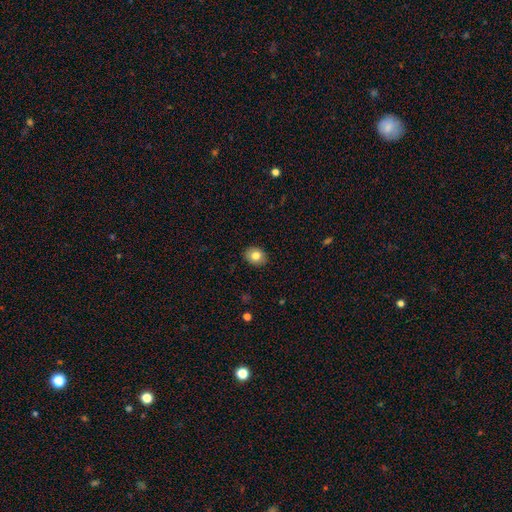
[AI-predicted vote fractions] Smooth or featured: smooth — 81% (featured or disk — 10%)
How rounded: round — 52% (in between — 47%)
Merging: none — 89% (minor disturbance — 8%)